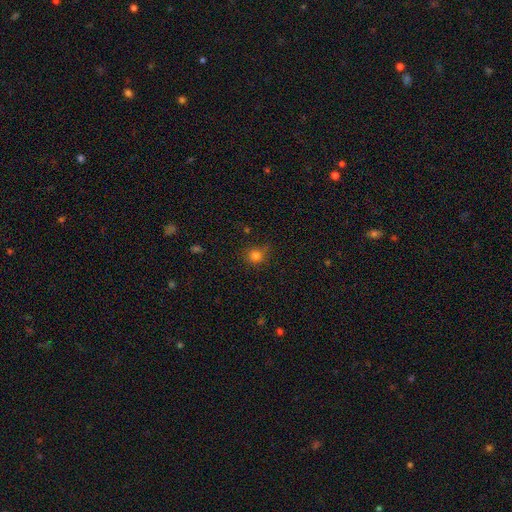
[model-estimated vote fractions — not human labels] smooth_or_featured: smooth (p=0.77) [alt: star or artifact p=0.16]
how_rounded: round (p=0.86) [alt: in between p=0.13]
merging: none (p=0.73) [alt: minor disturbance p=0.19]